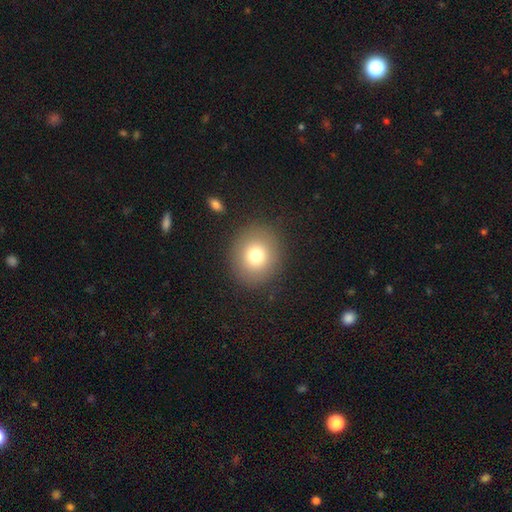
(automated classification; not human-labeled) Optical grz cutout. It shows a smooth galaxy with no disk features (76%) that is round (80%). Merging: none (88%).